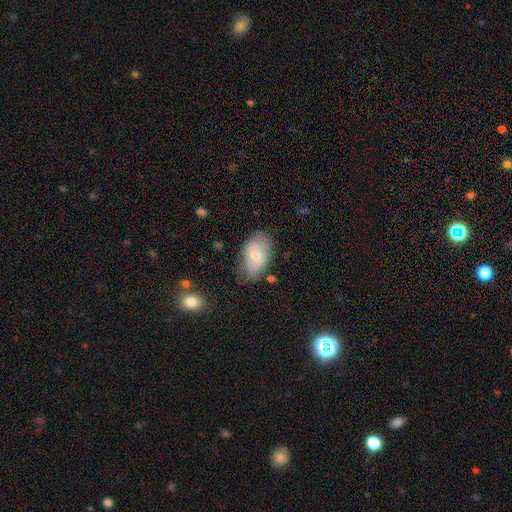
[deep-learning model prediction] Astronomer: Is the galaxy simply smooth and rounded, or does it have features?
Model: smooth — 59%.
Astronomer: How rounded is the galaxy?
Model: in between — 92%.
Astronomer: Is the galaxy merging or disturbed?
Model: none — 67%.